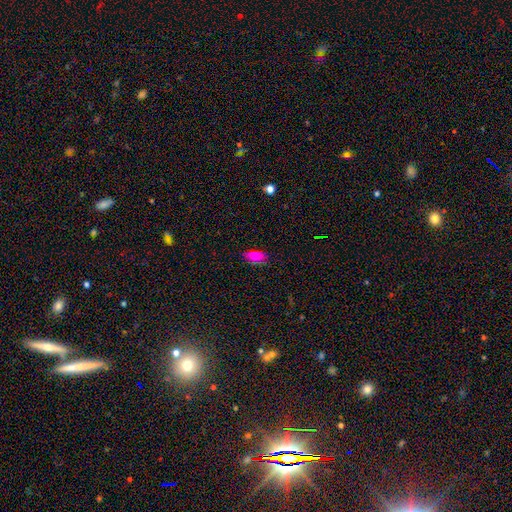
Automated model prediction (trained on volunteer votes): Smooth or featured: smooth — 81% (star or artifact — 11%)
How rounded: in between — 89% (cigar-shaped — 7%)
Merging: none — 72% (minor disturbance — 22%)